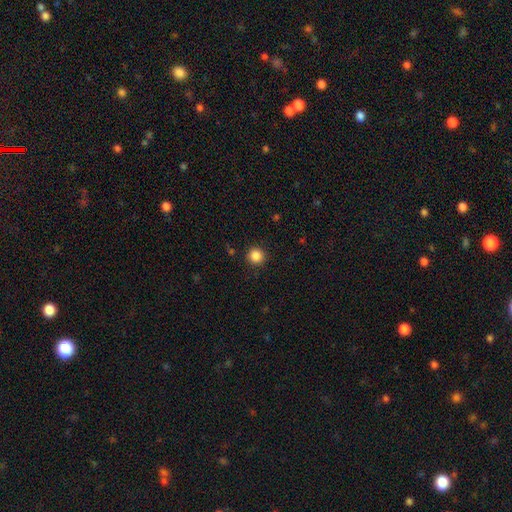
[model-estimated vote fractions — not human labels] Smooth or featured? Predicted: smooth (p=0.86). How rounded? Predicted: round (p=0.95). Merging? Predicted: none (p=0.91).